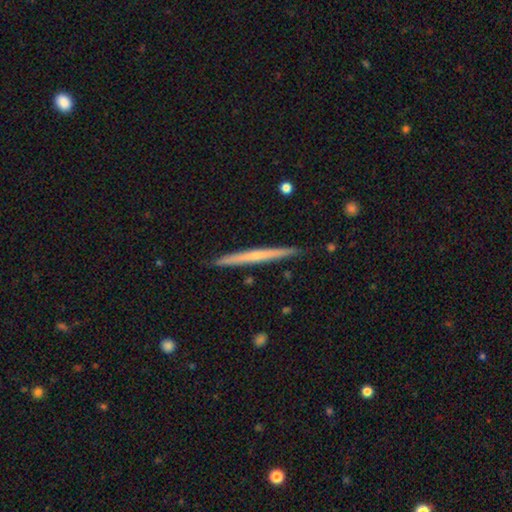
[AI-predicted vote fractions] featured or disk 56%, smooth 38%, star or artifact 5%. Down the decision tree: edge-on disk — yes (98%); edge-on bulge — none (64%); merging — none (91%).